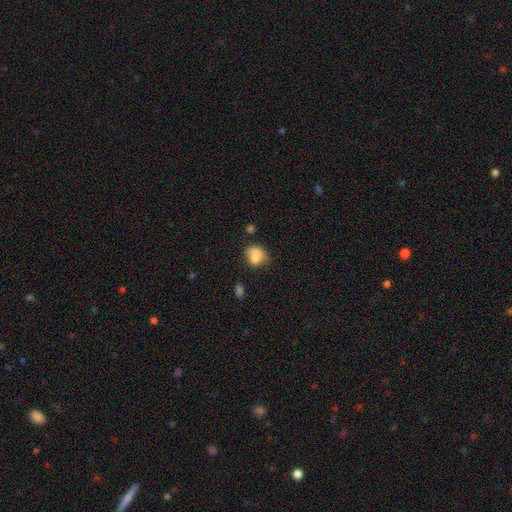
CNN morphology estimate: smooth-or-featured: smooth: 76% | featured or disk: 14% | star or artifact: 10%
  how-rounded: round: 56% | in between: 43% | cigar-shaped: 1%
  merging: none: 43% | minor disturbance: 25% | merger: 22% | major disturbance: 10%